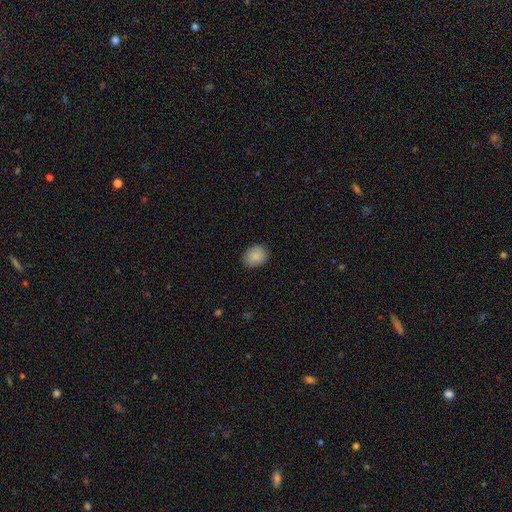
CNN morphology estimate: Q: Smooth or featured?
A: smooth (87%); runner-up: star or artifact (8%)
Q: How rounded?
A: in between (57%); runner-up: round (42%)
Q: Merging?
A: none (87%); runner-up: minor disturbance (10%)